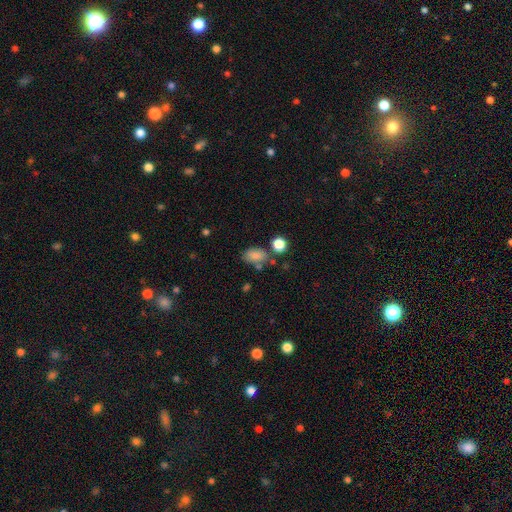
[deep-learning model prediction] Smooth or featured?
  - smooth: 82% *
  - star or artifact: 10%
  - featured or disk: 8%
How rounded?
  - in between: 85% *
  - round: 14%
  - cigar-shaped: 2%
Merging?
  - none: 60% *
  - minor disturbance: 20%
  - merger: 13%
  - major disturbance: 7%